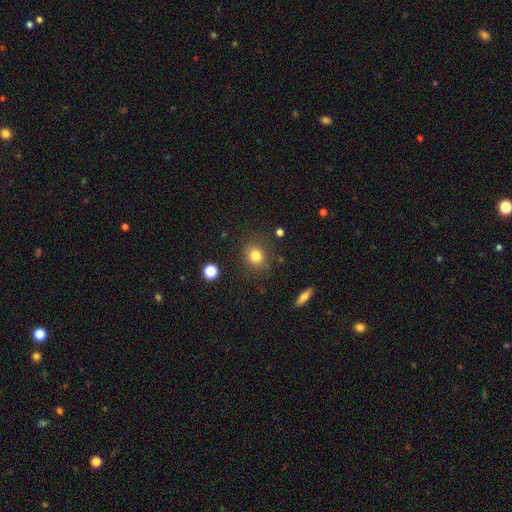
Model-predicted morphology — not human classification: This appears to be a smooth galaxy with no disk features (81%) that is round (74%). Merging: none (84%).